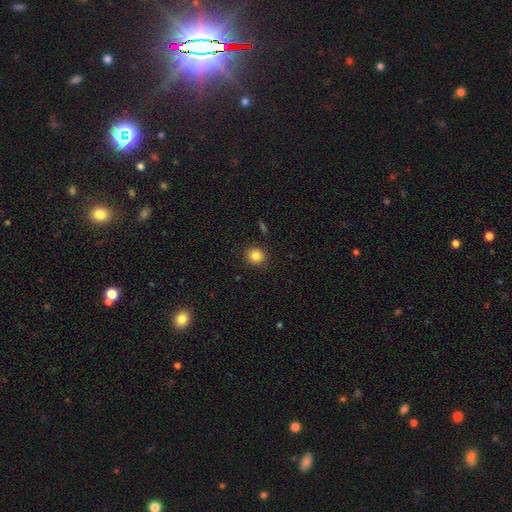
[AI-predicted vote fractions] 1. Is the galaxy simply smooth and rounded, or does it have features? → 85% smooth, 10% star or artifact, 5% featured or disk.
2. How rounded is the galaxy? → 83% round, 16% in between, 1% cigar-shaped.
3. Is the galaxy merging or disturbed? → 88% none, 8% minor disturbance, 2% major disturbance, 2% merger.